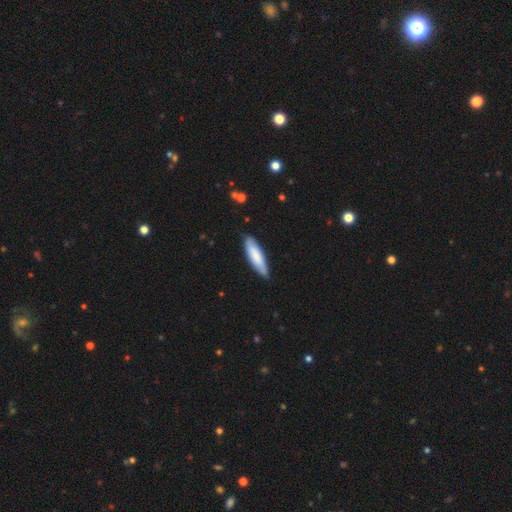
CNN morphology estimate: A smooth galaxy with no disk features (79%) that is cigar-shaped (62%). Merging: none (83%).